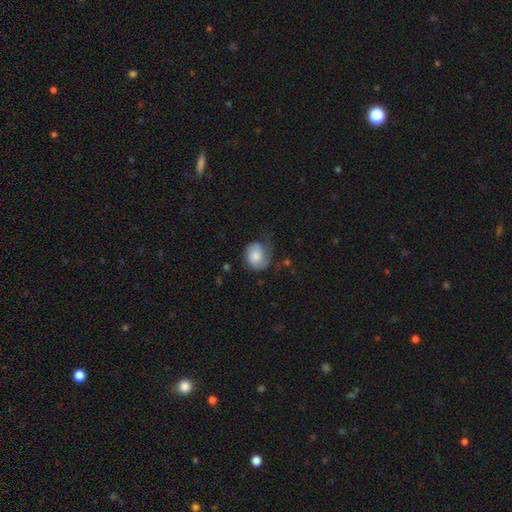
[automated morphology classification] Smooth or featured? Predicted: smooth (p=0.66). How rounded? Predicted: round (p=0.58). Merging? Predicted: none (p=0.43).